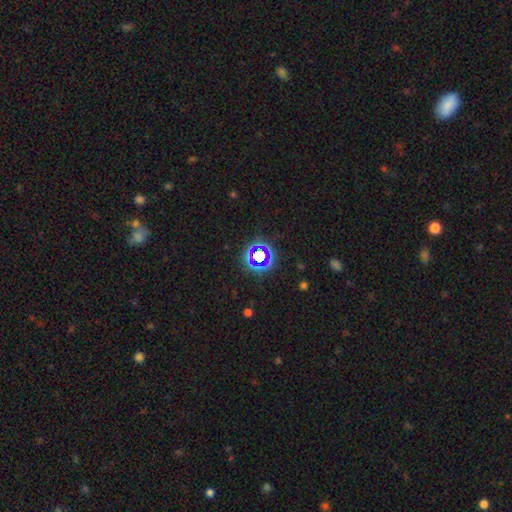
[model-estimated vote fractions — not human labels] Q: Smooth or featured?
A: star or artifact (65%); runner-up: smooth (22%)